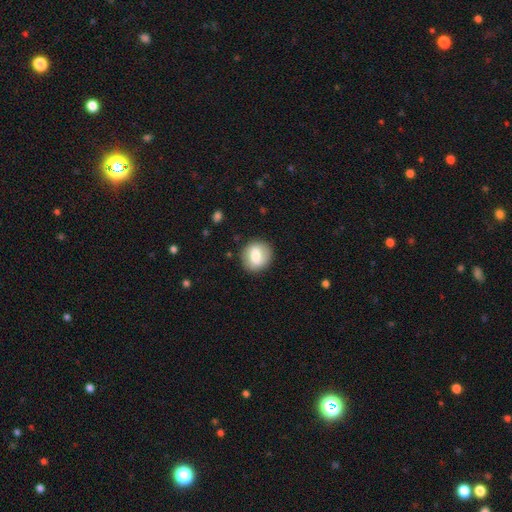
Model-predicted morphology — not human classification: A smooth galaxy with no disk features (70%) that is round (78%).

Vote fractions:
- Smooth or featured? smooth: 70% / featured or disk: 23% / star or artifact: 7%
- How rounded? round: 78% / in between: 21% / cigar-shaped: 1%
- Merging? none: 86% / minor disturbance: 10% / major disturbance: 3% / merger: 1%